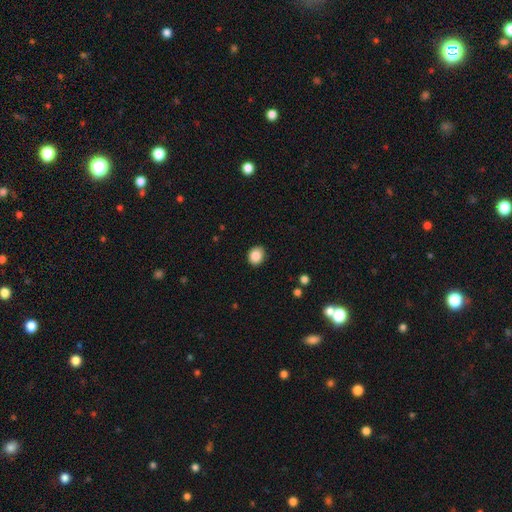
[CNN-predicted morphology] This appears to be a smooth galaxy with no disk features (88%) that is round (63%). Merging: none (87%).